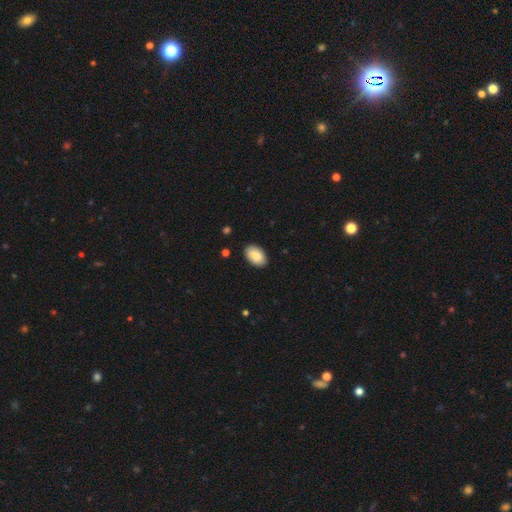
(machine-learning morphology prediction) smooth_or_featured: smooth (p=0.88) [alt: star or artifact p=0.06]
how_rounded: in between (p=0.93) [alt: round p=0.05]
merging: none (p=0.88) [alt: minor disturbance p=0.09]